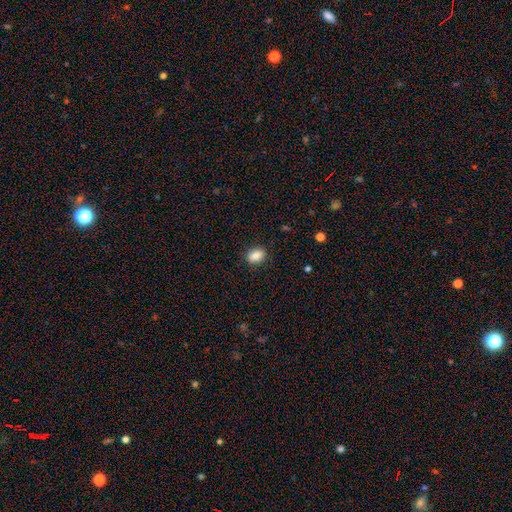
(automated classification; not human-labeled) This appears to be a smooth galaxy with no disk features (87%) that is in between round and cigar-shaped (71%). Merging: none (87%).